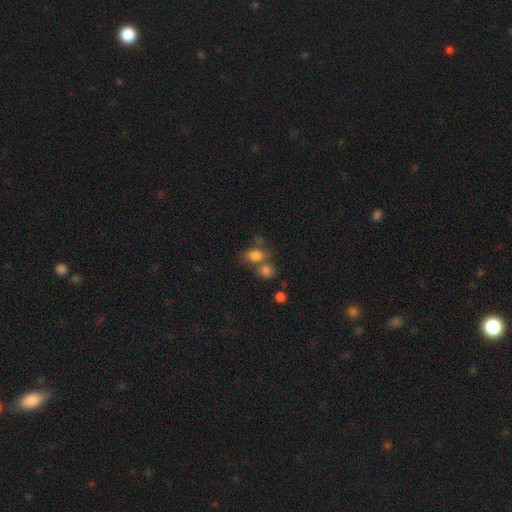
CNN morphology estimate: type=smooth (78%); roundness=in between (63%); merging=merger (41%).